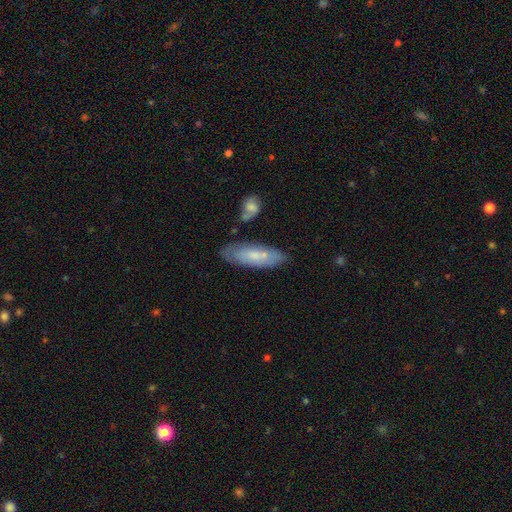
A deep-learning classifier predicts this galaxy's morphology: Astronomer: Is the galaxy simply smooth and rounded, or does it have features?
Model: smooth — 62%.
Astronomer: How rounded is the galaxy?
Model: in between — 58% (runner-up: cigar-shaped, 40%).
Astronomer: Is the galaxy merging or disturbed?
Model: none — 70%.